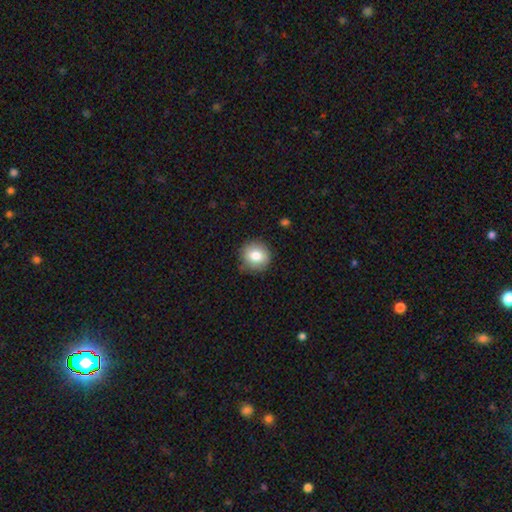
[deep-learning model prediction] A smooth galaxy with no disk features (81%) that is round (89%). Merging: none (85%).